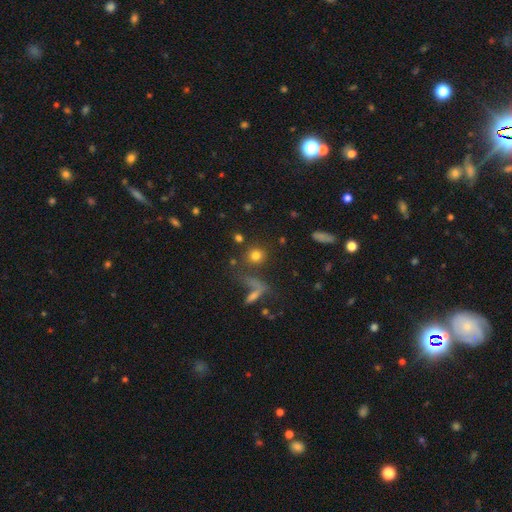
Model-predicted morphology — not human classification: smooth_or_featured: smooth (p=0.76) [alt: star or artifact p=0.14]
how_rounded: round (p=0.85) [alt: in between p=0.12]
merging: none (p=0.71) [alt: merger p=0.14]